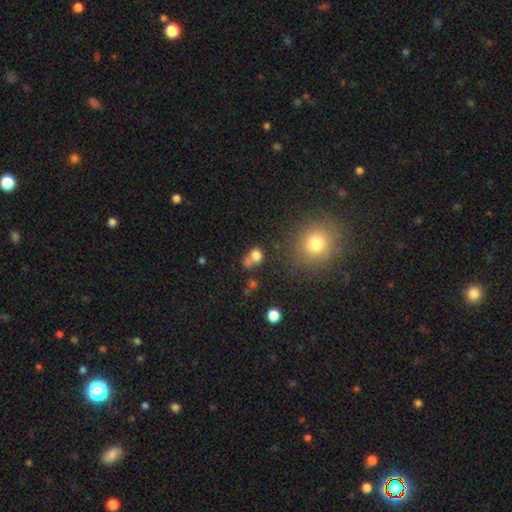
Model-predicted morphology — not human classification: Q: Smooth or featured?
A: smooth (74%); runner-up: star or artifact (14%)
Q: How rounded?
A: round (54%); runner-up: in between (45%)
Q: Merging?
A: none (37%); tied with: merger (37%)